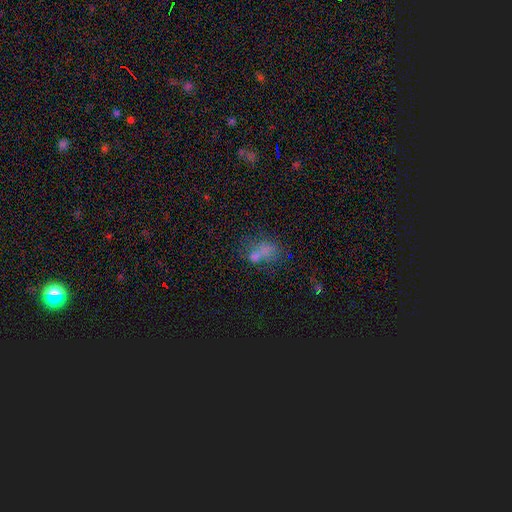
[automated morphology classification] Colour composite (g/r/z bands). It shows a star or artifact, not a galaxy (49%).